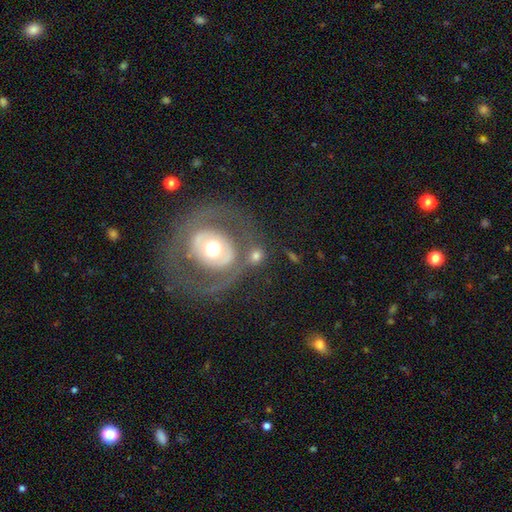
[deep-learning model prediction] smooth-or-featured: smooth: 48% | featured or disk: 43% | star or artifact: 9%
  merging: none: 56% | merger: 16% | minor disturbance: 14% | major disturbance: 14%